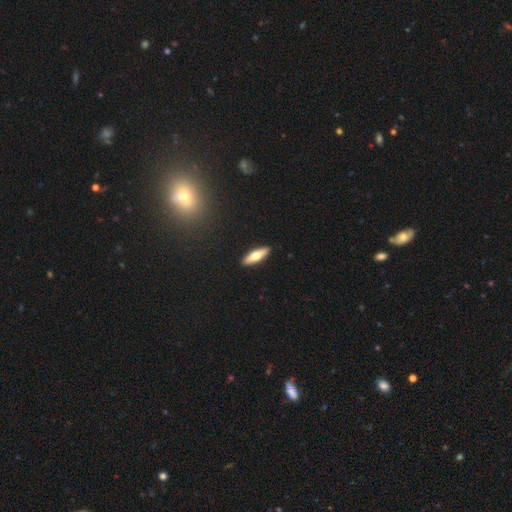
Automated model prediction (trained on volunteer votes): Morphology: type=smooth (59%); roundness=cigar-shaped (58%); merging=none (91%).